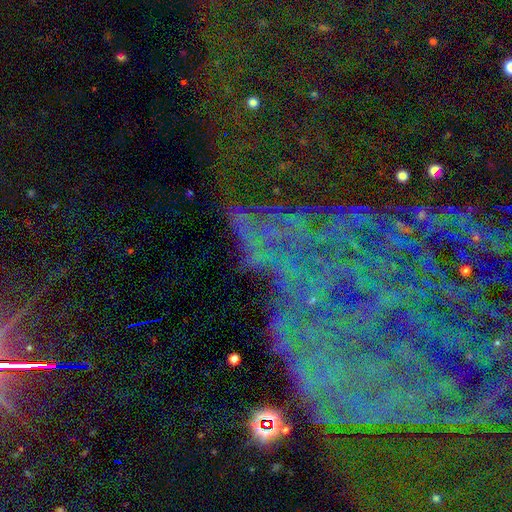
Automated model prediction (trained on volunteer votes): The model was most divided on "smooth or featured": star or artifact: 59%, featured or disk: 27%, smooth: 14%.